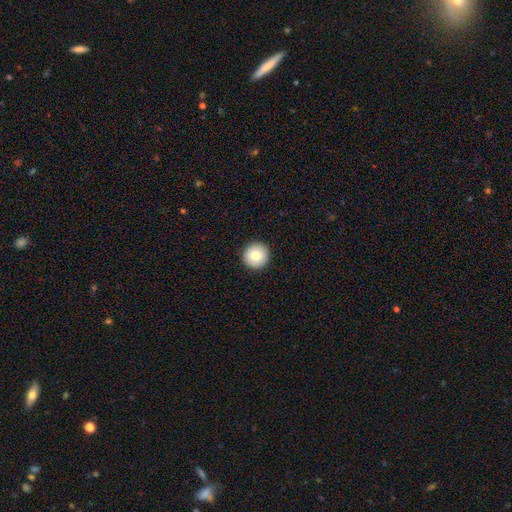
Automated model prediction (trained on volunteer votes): A smooth galaxy with no disk features (82%) that is round (95%).

Vote fractions:
- Smooth or featured? smooth: 82% / featured or disk: 10% / star or artifact: 8%
- How rounded? round: 95% / in between: 4% / cigar-shaped: 1%
- Merging? none: 93% / minor disturbance: 5% / major disturbance: 1% / merger: 1%